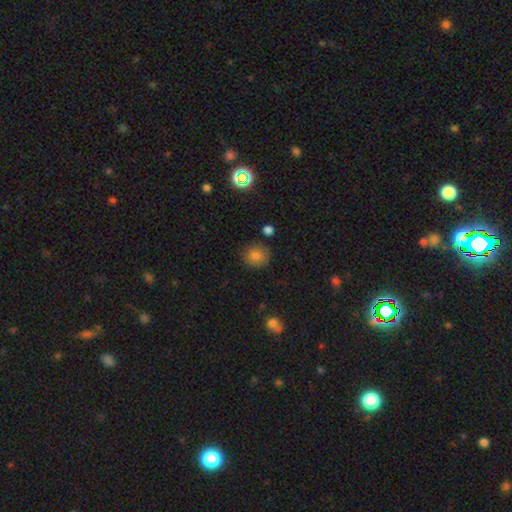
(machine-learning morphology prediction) smooth 80%, star or artifact 13%, featured or disk 7%. Down the decision tree: how rounded — round (86%); merging — none (84%).